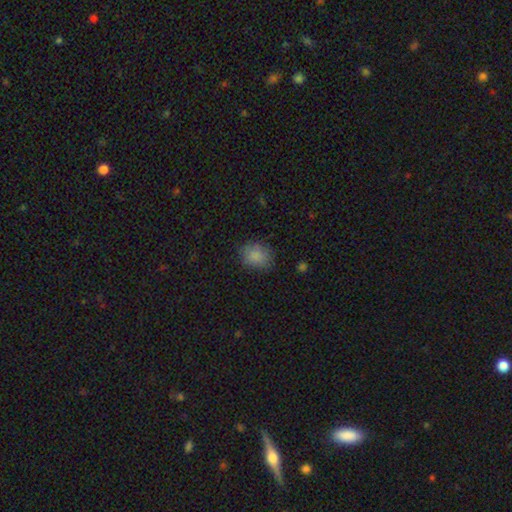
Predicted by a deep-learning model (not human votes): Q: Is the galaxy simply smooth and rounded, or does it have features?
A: smooth — 84%.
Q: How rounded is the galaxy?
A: round — 54%.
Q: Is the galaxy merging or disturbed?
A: none — 76%.